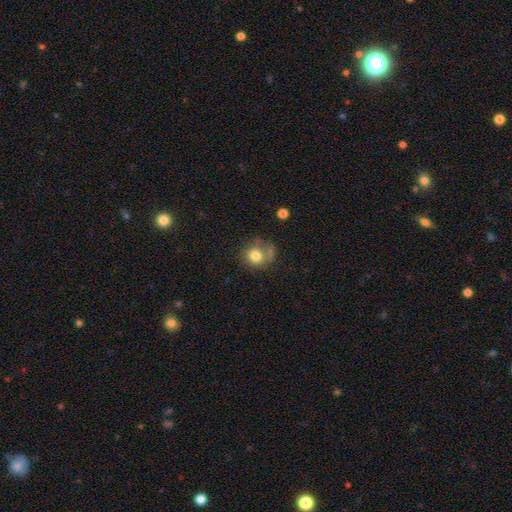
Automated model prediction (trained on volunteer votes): Smooth or featured?
  - smooth: 77% *
  - featured or disk: 14%
  - star or artifact: 10%
How rounded?
  - round: 78% *
  - in between: 21%
  - cigar-shaped: 1%
Merging?
  - none: 50% *
  - minor disturbance: 24%
  - major disturbance: 15%
  - merger: 11%